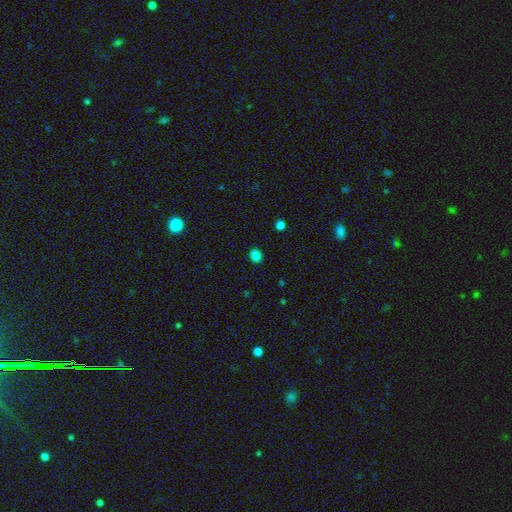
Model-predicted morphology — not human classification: smooth_or_featured: smooth (p=0.83) [alt: star or artifact p=0.14]
how_rounded: round (p=0.62) [alt: in between p=0.37]
merging: none (p=0.89) [alt: minor disturbance p=0.08]